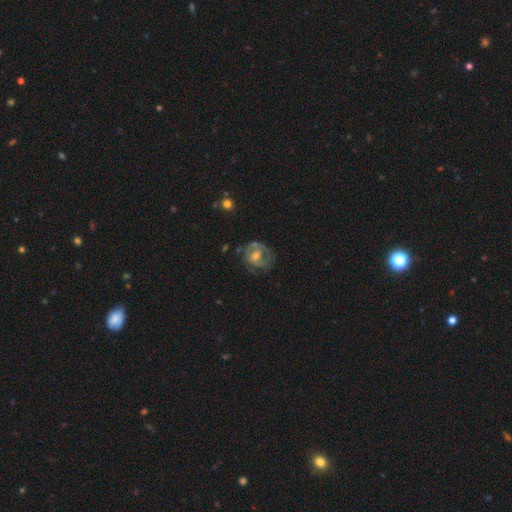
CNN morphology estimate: Smooth or featured? featured or disk (62%)
Edge-on disk? no (97%)
Bar? no (57%)
Spiral arms? yes (56%)
Bulge size? moderate (56%)
Merging? none (53%)